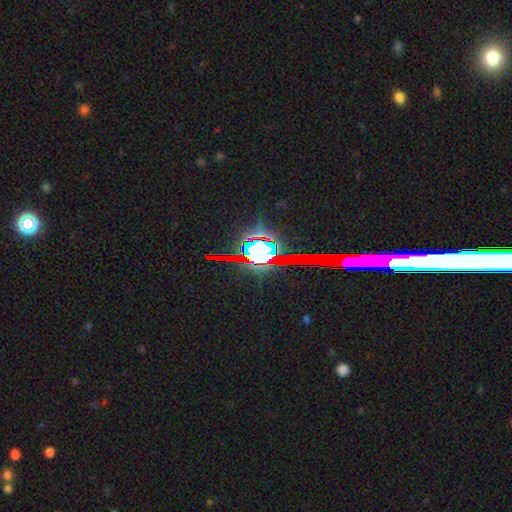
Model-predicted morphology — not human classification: The model was most divided on "smooth or featured": star or artifact: 83%, featured or disk: 9%, smooth: 8%.